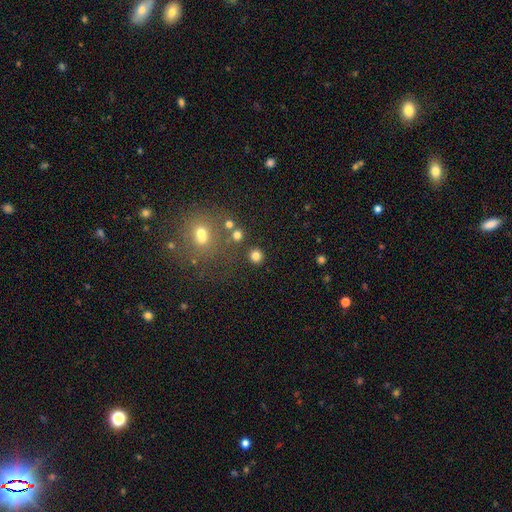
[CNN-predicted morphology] smooth_or_featured: smooth (p=0.79) [alt: star or artifact p=0.15]
how_rounded: round (p=0.92) [alt: in between p=0.07]
merging: none (p=0.85) [alt: minor disturbance p=0.06]